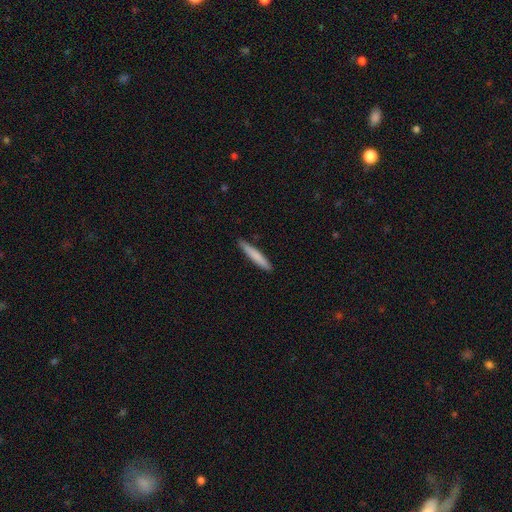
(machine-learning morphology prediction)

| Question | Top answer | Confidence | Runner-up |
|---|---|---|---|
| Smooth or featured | smooth | 78% | featured or disk (17%) |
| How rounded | cigar-shaped | 94% | in between (5%) |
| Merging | none | 89% | minor disturbance (9%) |